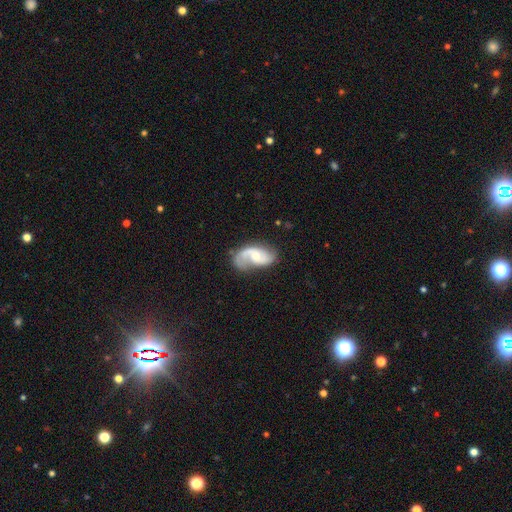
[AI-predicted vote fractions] Smooth or featured: featured or disk — 79% (smooth — 16%)
Edge-on disk: no — 97% (yes — 3%)
Bar: no — 55% (weak — 37%)
Spiral arms: yes — 94% (no — 6%)
Spiral winding: loose — 43% (medium — 42%)
Spiral arm count: 2 — 77% (1 — 15%)
Bulge size: moderate — 54% (small — 37%)
Merging: none — 59% (minor disturbance — 23%)